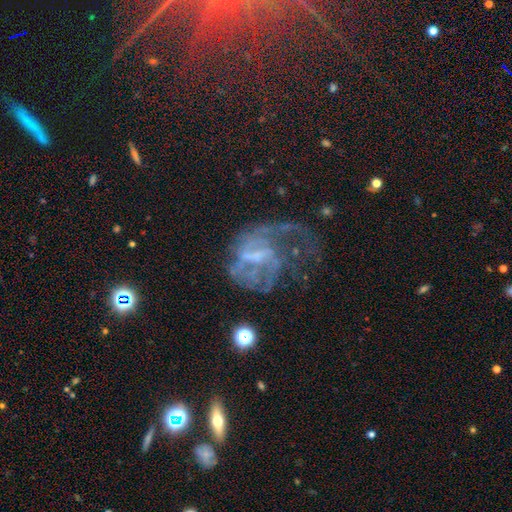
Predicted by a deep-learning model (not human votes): A featured or disk galaxy (74%) with a weak bar (46%), 1 (34%) loose (43%) spiral arms (71%) and no central bulge (44%).

Vote fractions:
- Smooth or featured? featured or disk: 74% / star or artifact: 13% / smooth: 13%
- Edge-on disk? no: 97% / yes: 3%
- Bar? weak: 46% / no: 37% / strong: 16%
- Spiral arms? yes: 71% / no: 29%
- Spiral winding? loose: 43% / medium: 37% / tight: 20%
- Spiral arm count? 1: 34% / can't tell: 29% / 2: 22% / 3: 7% / 4: 3% / more than 4: 3%
- Bulge size? none: 44% / small: 32% / moderate: 20% / large: 3% / dominant: 1%
- Merging? major disturbance: 50% / none: 30% / minor disturbance: 16% / merger: 5%